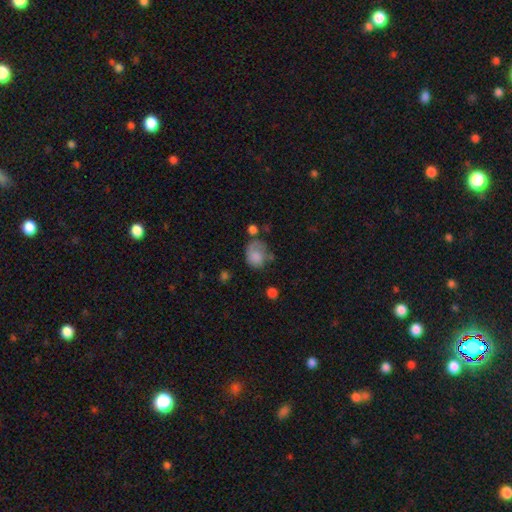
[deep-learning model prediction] Morphology: type=smooth (72%); roundness=round (50%); merging=none (38%).